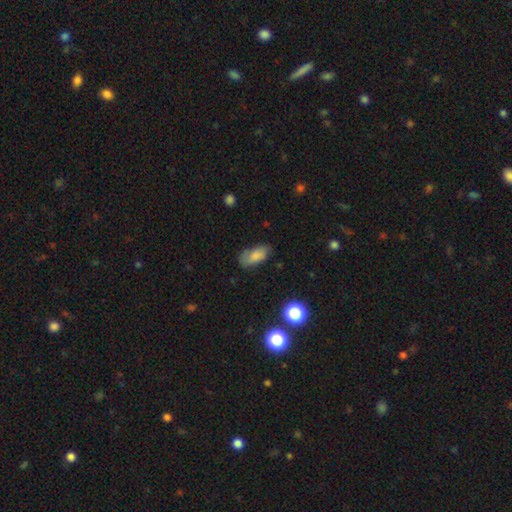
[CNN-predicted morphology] Smooth or featured?
  - smooth: 79% *
  - featured or disk: 12%
  - star or artifact: 9%
How rounded?
  - in between: 89% *
  - cigar-shaped: 8%
  - round: 4%
Merging?
  - none: 70% *
  - minor disturbance: 22%
  - major disturbance: 6%
  - merger: 2%